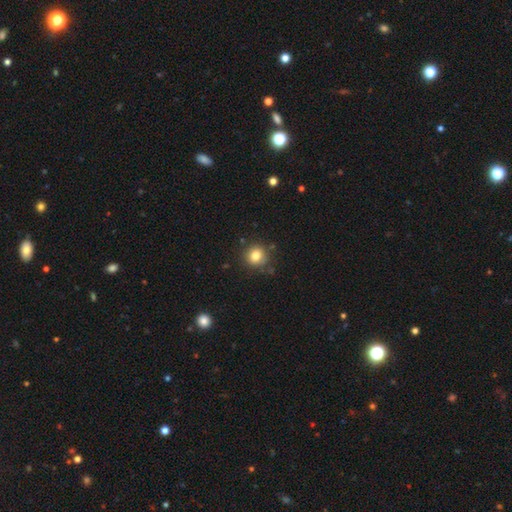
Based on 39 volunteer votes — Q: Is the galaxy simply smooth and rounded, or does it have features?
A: smooth — 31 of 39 (79%).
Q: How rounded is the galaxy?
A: round — 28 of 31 (90%).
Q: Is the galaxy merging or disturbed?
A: none — 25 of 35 (71%).